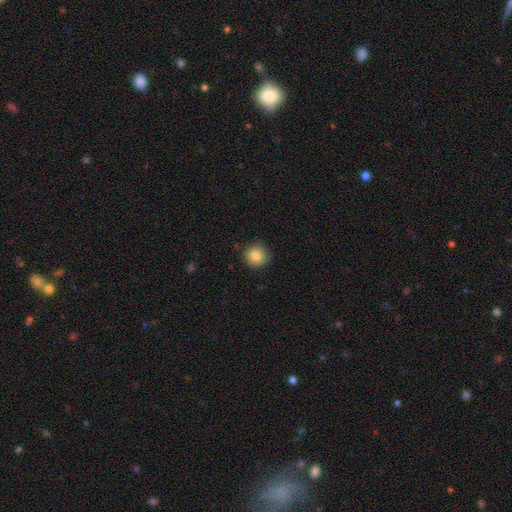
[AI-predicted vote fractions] Overall: smooth (84%). How rounded: round (94%). Merging: none (87%).